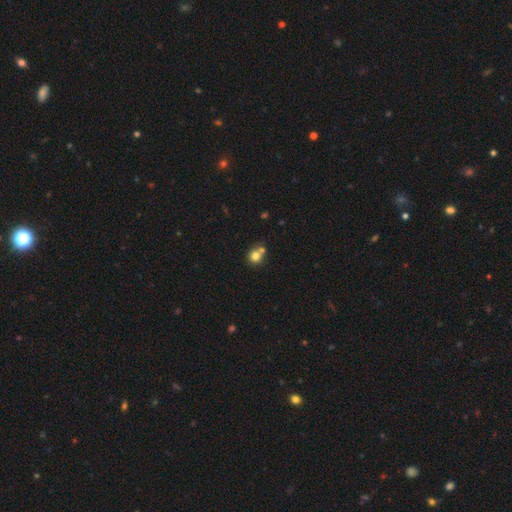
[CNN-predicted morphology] A smooth galaxy with no disk features (78%) that is round (83%). Merging: none (50%).